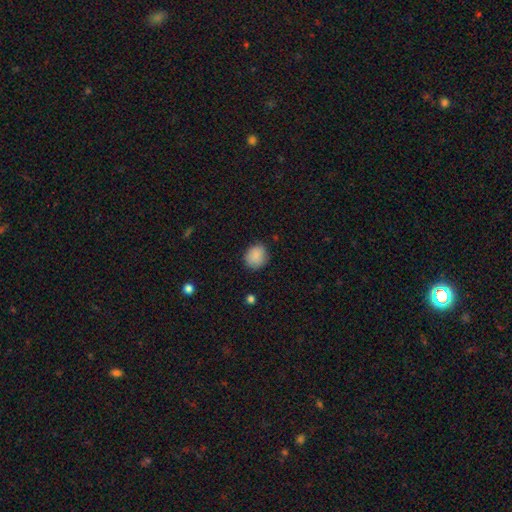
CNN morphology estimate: smooth 86%, star or artifact 8%, featured or disk 6%. Down the decision tree: how rounded — round (70%); merging — none (83%).